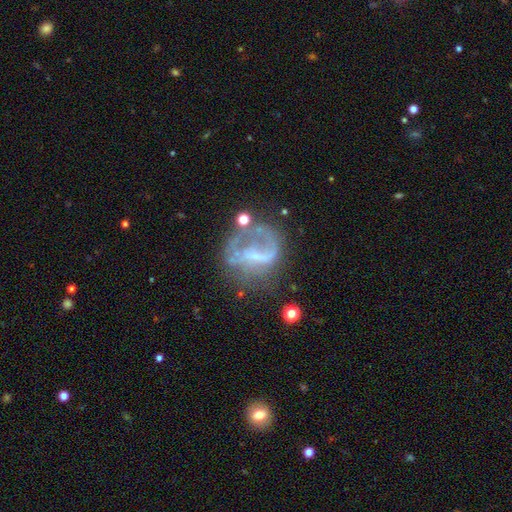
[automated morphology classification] featured or disk 66%, smooth 21%, star or artifact 13%. Down the decision tree: edge-on disk — no (96%); bar — no (39%); spiral arms — no (51%); bulge size — none (43%); merging — none (37%).